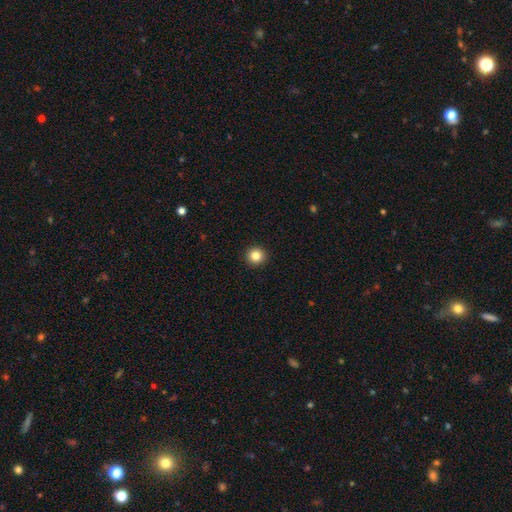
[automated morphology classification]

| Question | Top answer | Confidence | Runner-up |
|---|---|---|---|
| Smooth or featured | smooth | 84% | star or artifact (11%) |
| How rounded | round | 94% | in between (5%) |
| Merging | none | 93% | minor disturbance (4%) |